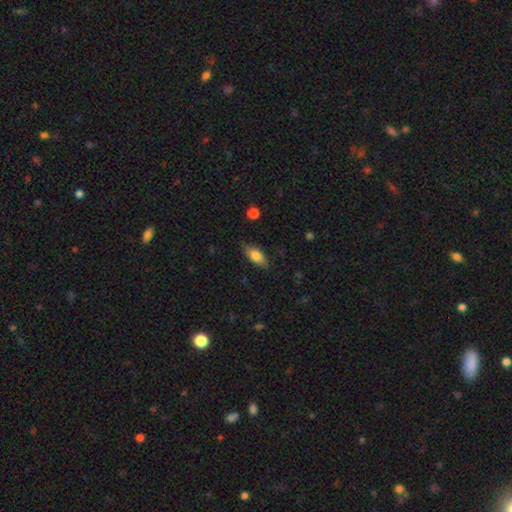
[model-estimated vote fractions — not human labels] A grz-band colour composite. It shows a smooth galaxy with no disk features (77%) that is in between round and cigar-shaped (84%). Merging: none (79%).